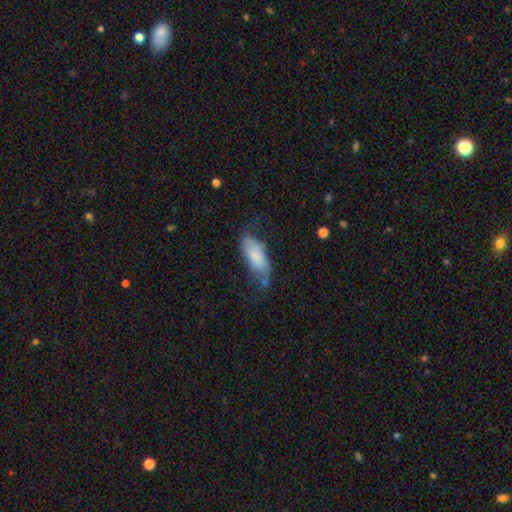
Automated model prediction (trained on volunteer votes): This appears to be a smooth galaxy with no disk features (68%) that is in between round and cigar-shaped (80%). Merging: none (44%).